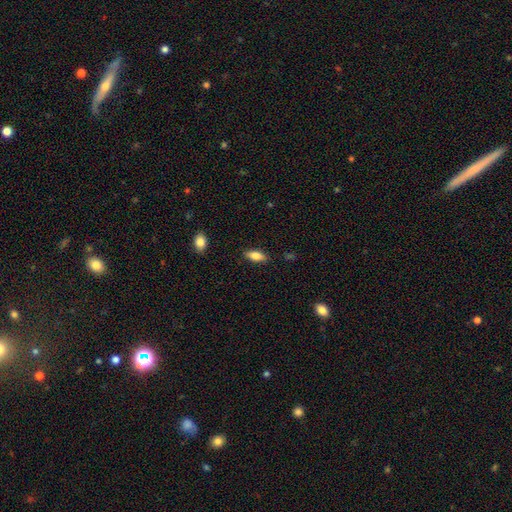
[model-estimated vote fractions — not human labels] smooth_or_featured: smooth (p=0.79) [alt: featured or disk p=0.14]
how_rounded: in between (p=0.79) [alt: cigar-shaped p=0.18]
merging: none (p=0.86) [alt: minor disturbance p=0.11]